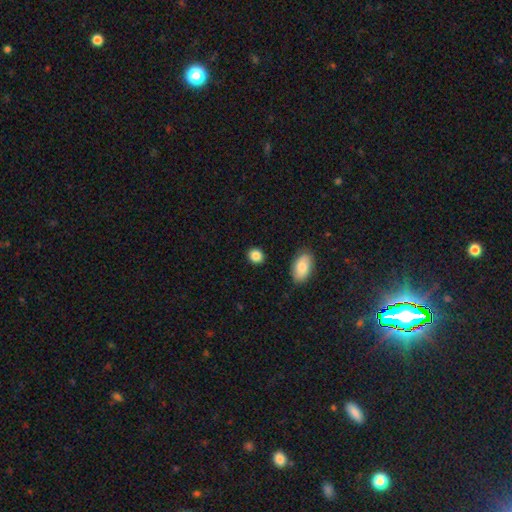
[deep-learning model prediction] Smooth or featured: smooth — 88% (star or artifact — 8%)
How rounded: round — 72% (in between — 27%)
Merging: none — 89% (minor disturbance — 7%)